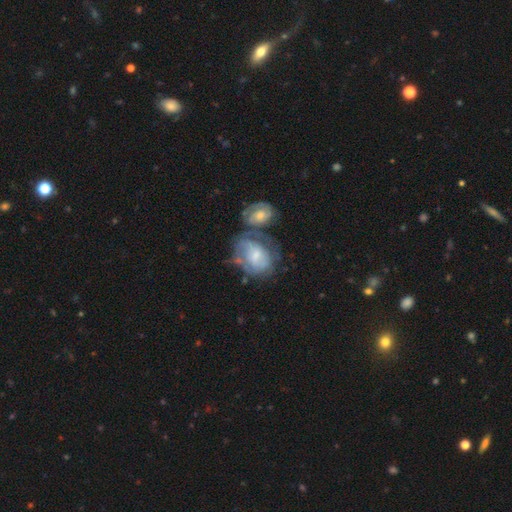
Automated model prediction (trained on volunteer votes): smooth-or-featured: featured or disk: 61% | smooth: 32% | star or artifact: 7%
  disk-edge-on: no: 96% | yes: 4%
    bar: no: 50% | weak: 41% | strong: 8%
    has-spiral-arms: yes: 72% | no: 28%
    bulge-size: small: 50% | moderate: 39% | none: 7% | large: 4% | dominant: 1%
  merging: merger: 41% | none: 31% | minor disturbance: 17% | major disturbance: 12%